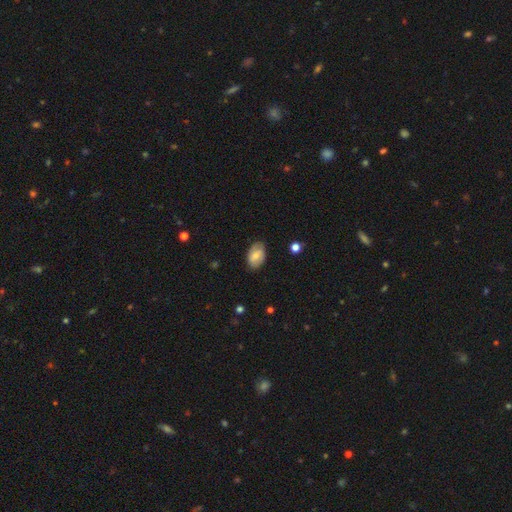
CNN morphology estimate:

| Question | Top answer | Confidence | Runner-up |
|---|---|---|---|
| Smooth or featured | smooth | 71% | featured or disk (22%) |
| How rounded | in between | 89% | round (10%) |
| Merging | none | 78% | minor disturbance (18%) |